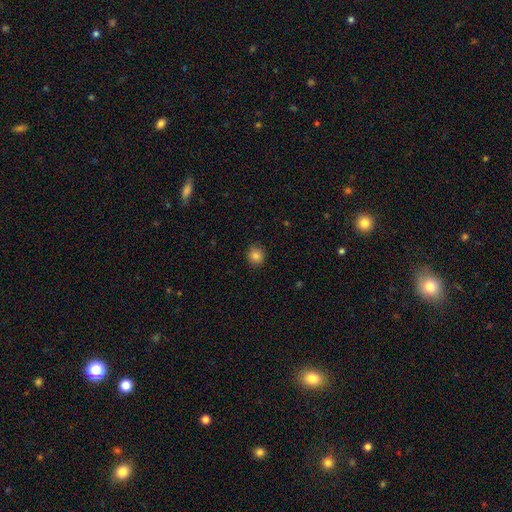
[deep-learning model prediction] The model was most divided on "smooth or featured": smooth: 84%, star or artifact: 11%, featured or disk: 5%. More confident: merging — none (90%); how rounded — round (86%).